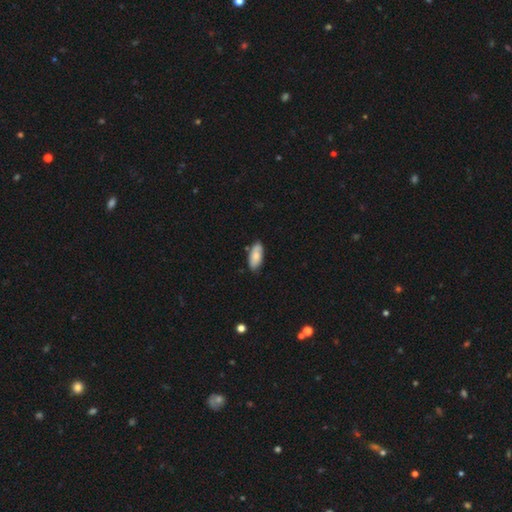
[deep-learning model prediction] Q: Smooth or featured?
A: smooth (76%); runner-up: featured or disk (18%)
Q: How rounded?
A: in between (88%); runner-up: cigar-shaped (10%)
Q: Merging?
A: none (80%); runner-up: minor disturbance (16%)